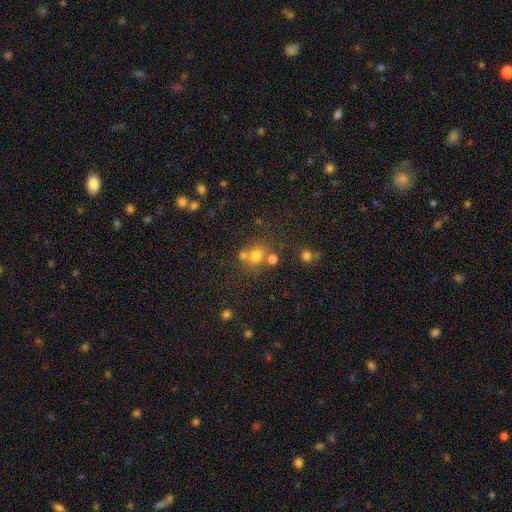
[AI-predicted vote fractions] A smooth galaxy with no disk features (71%) that is round (79%). Merging: none (56%).